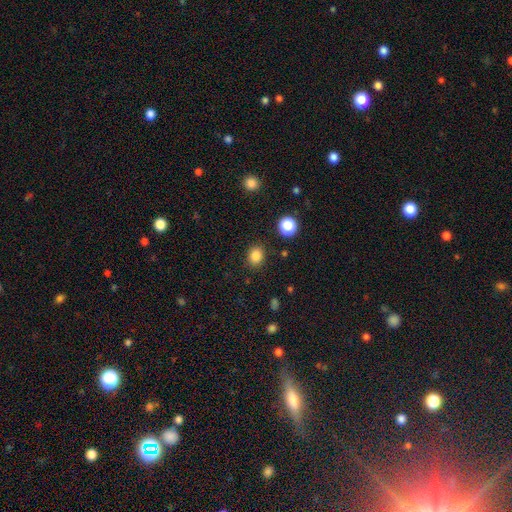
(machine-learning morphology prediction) smooth-or-featured: smooth: 84% | star or artifact: 12% | featured or disk: 4%
  how-rounded: round: 66% | in between: 34% | cigar-shaped: 1%
  merging: none: 87% | minor disturbance: 8% | major disturbance: 3% | merger: 2%